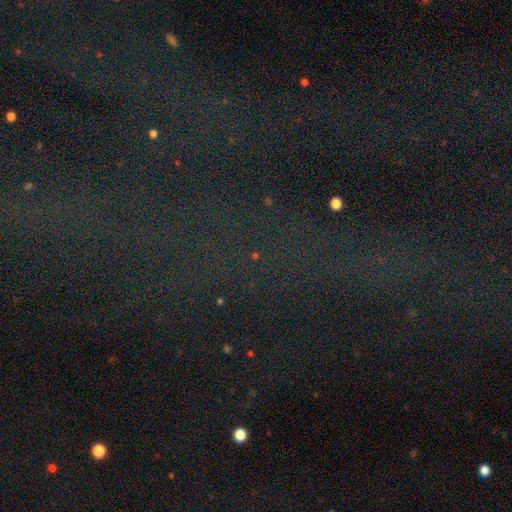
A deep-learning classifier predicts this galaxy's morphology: type=star or artifact (78%).